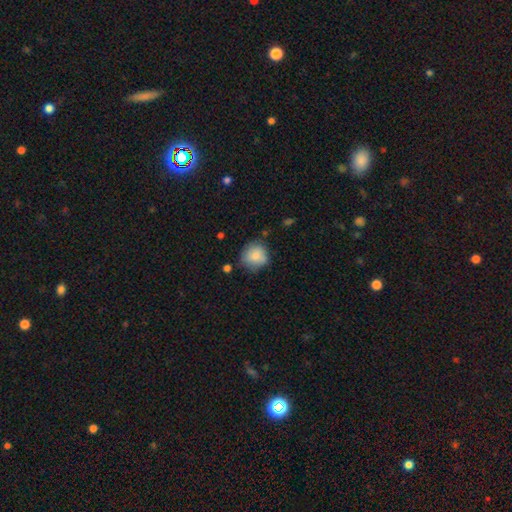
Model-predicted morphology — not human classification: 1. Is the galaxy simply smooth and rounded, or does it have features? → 81% smooth, 11% featured or disk, 8% star or artifact.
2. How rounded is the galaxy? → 84% round, 15% in between, 1% cigar-shaped.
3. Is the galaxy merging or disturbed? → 68% none, 23% minor disturbance, 5% major disturbance, 4% merger.